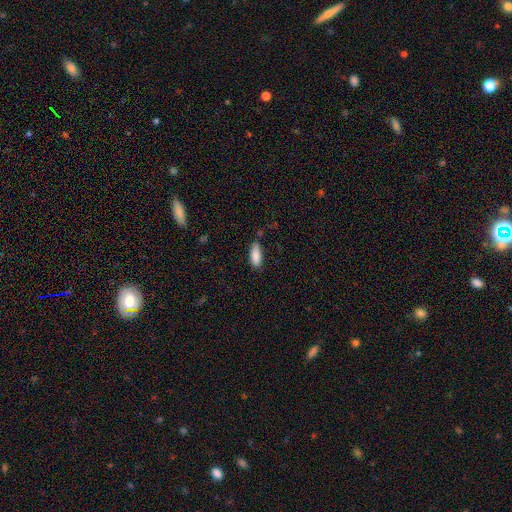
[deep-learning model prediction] Smooth or featured? smooth (88%)
How rounded? in between (79%)
Merging? none (76%)